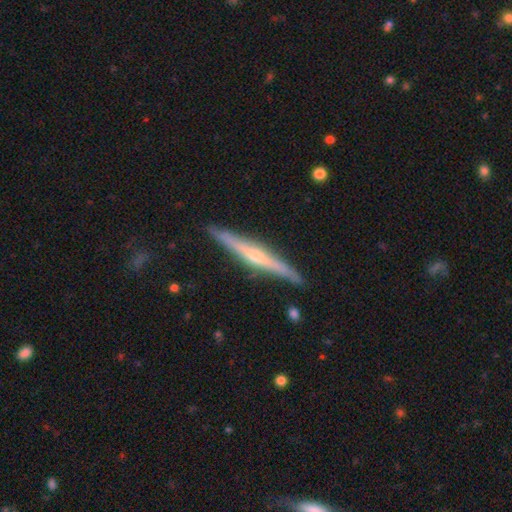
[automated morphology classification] Smooth or featured: featured or disk — 74% (smooth — 21%)
Edge-on disk: yes — 97% (no — 3%)
Edge-on bulge: rounded — 75% (none — 18%)
Merging: none — 89% (minor disturbance — 8%)